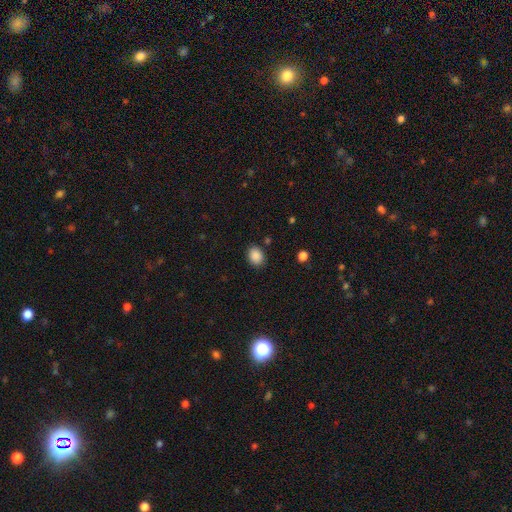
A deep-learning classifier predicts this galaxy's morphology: type=smooth (88%); roundness=in between (55%); merging=none (86%).